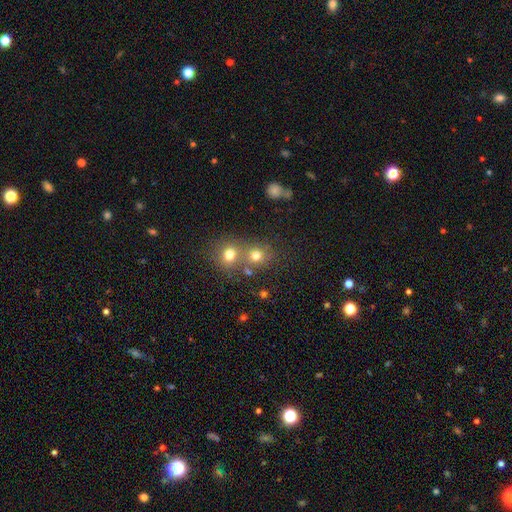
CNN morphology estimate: smooth-or-featured: smooth: 72% | star or artifact: 18% | featured or disk: 10%
  how-rounded: round: 82% | in between: 17% | cigar-shaped: 1%
  merging: none: 48% | merger: 42% | minor disturbance: 7% | major disturbance: 3%